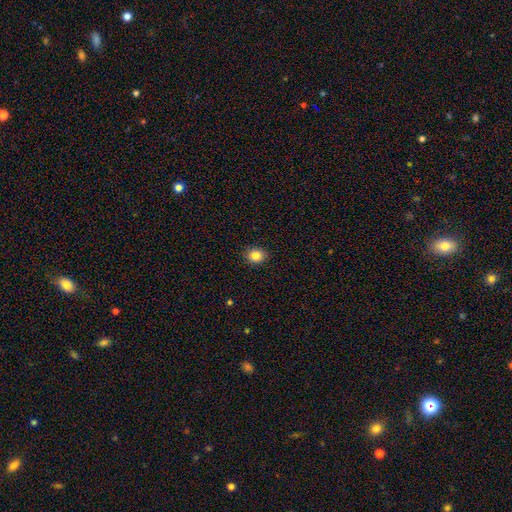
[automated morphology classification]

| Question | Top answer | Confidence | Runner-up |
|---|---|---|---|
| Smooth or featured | smooth | 84% | star or artifact (10%) |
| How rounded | round | 62% | in between (37%) |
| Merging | none | 89% | minor disturbance (8%) |